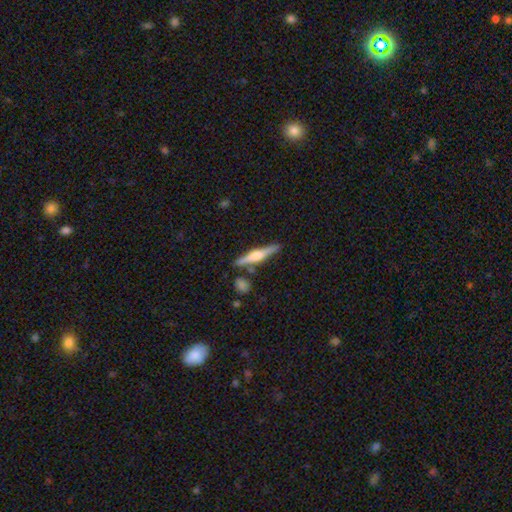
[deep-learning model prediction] Overall: featured or disk (66%; smooth 28%). Edge-on disk: yes (97%). Edge-on bulge: rounded (84%). Merging: none (83%).